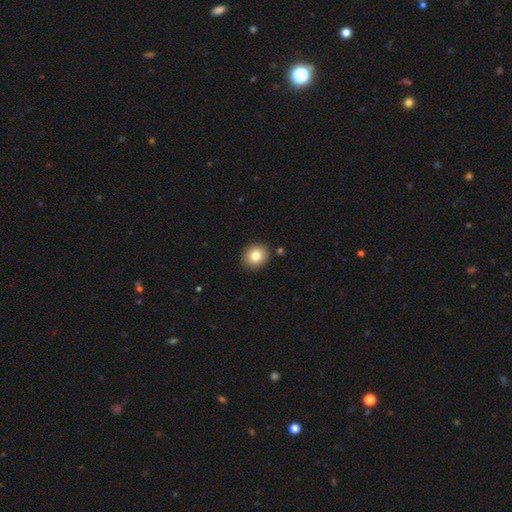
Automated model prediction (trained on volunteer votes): This appears to be a smooth galaxy with no disk features (82%) that is round (68%). Merging: none (89%).